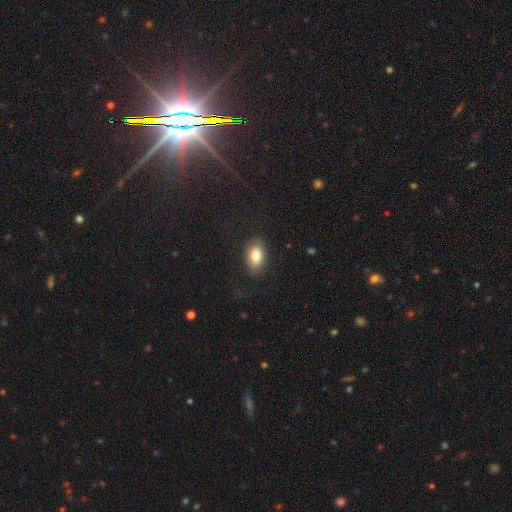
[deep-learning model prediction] A smooth galaxy with no disk features (82%) that is in between round and cigar-shaped (88%).

Vote fractions:
- Smooth or featured? smooth: 82% / featured or disk: 10% / star or artifact: 8%
- How rounded? in between: 88% / round: 10% / cigar-shaped: 2%
- Merging? none: 83% / minor disturbance: 12% / major disturbance: 4% / merger: 1%